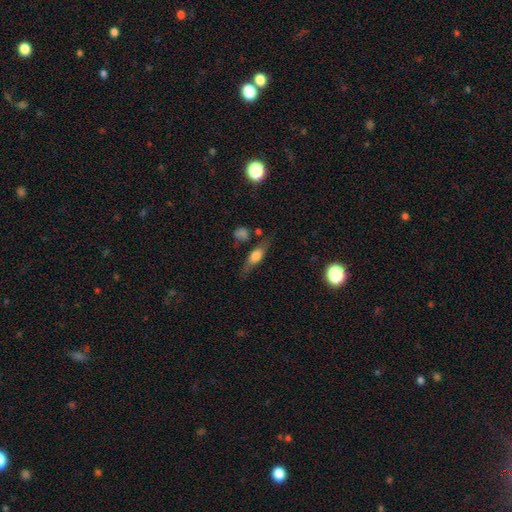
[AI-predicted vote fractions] This is possibly a smooth galaxy (55%). How rounded: possibly in between (52%). Merging: likely none (66%).